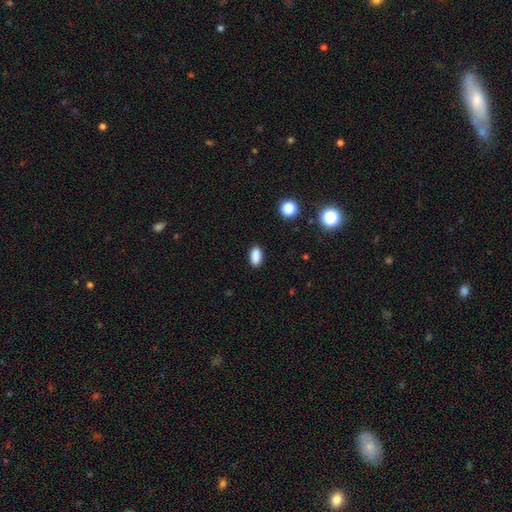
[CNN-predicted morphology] smooth-or-featured: smooth: 87% | star or artifact: 10% | featured or disk: 4%
  how-rounded: in between: 90% | round: 6% | cigar-shaped: 3%
  merging: none: 85% | minor disturbance: 10% | major disturbance: 2% | merger: 2%